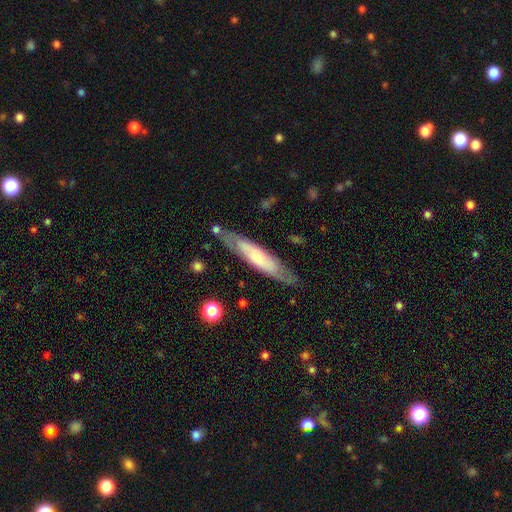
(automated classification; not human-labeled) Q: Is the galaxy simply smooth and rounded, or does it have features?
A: featured or disk — 51%.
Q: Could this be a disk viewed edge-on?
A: yes — 56%.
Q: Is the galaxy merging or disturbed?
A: none — 80%.